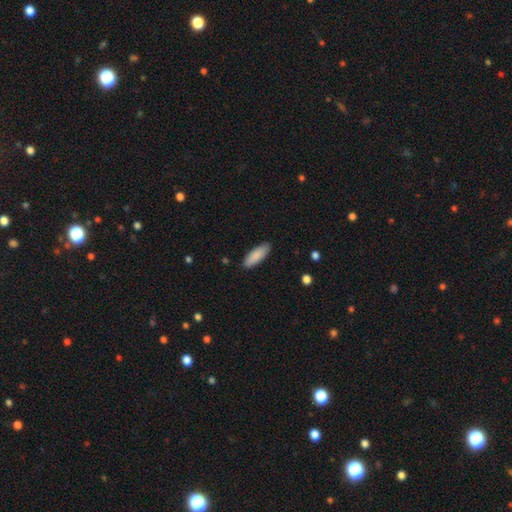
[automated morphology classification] This is clearly a smooth galaxy (89%). How rounded: likely in between (61%). Merging: clearly none (87%).